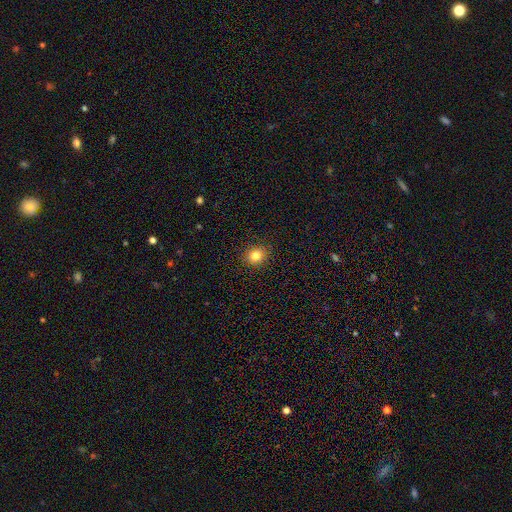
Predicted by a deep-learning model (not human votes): Smooth or featured? Predicted: smooth (p=0.82). How rounded? Predicted: round (p=0.79). Merging? Predicted: none (p=0.90).